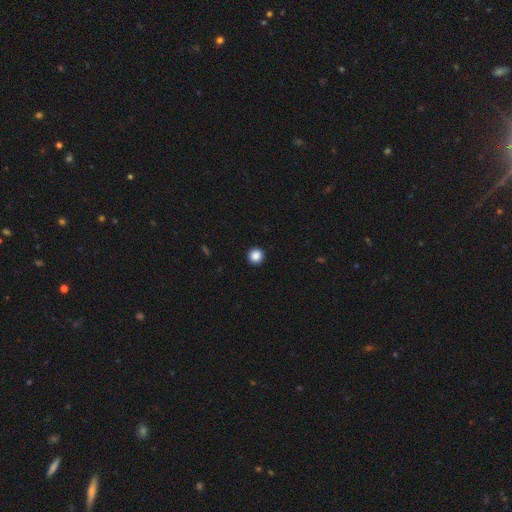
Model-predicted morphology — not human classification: A smooth galaxy with no disk features (87%) that is round (96%). Merging: none (94%).